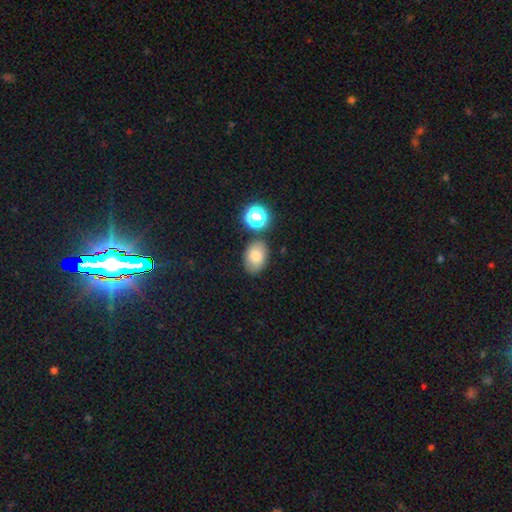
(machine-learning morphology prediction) The model was most divided on "how rounded": in between: 80%, round: 19%, cigar-shaped: 1%. More confident: smooth or featured — smooth (79%); merging — none (77%).